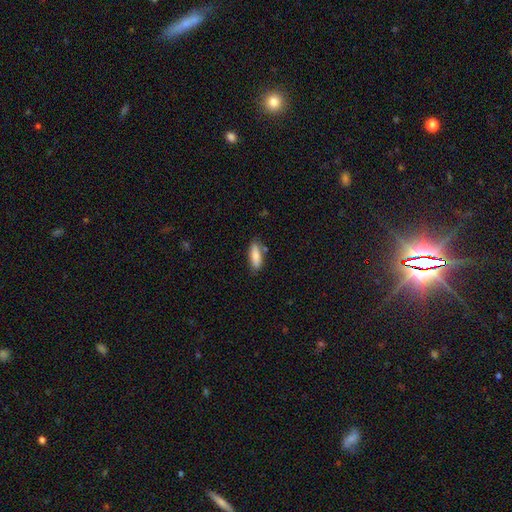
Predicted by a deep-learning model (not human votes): Smooth or featured? Predicted: smooth (p=0.84). How rounded? Predicted: in between (p=0.61). Merging? Predicted: none (p=0.77).